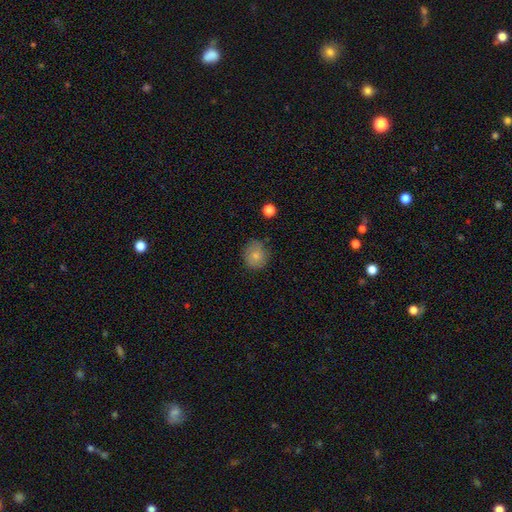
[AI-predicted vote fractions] This appears to be a smooth galaxy with no disk features (79%) that is round (81%). Merging: none (75%).